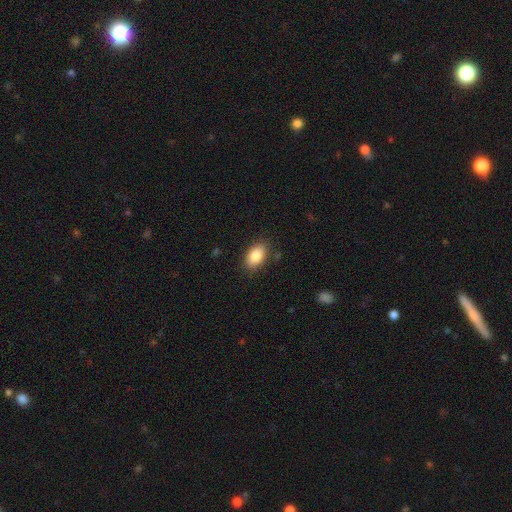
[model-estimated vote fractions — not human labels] Morphology: type=smooth (86%); roundness=in between (91%); merging=none (85%).